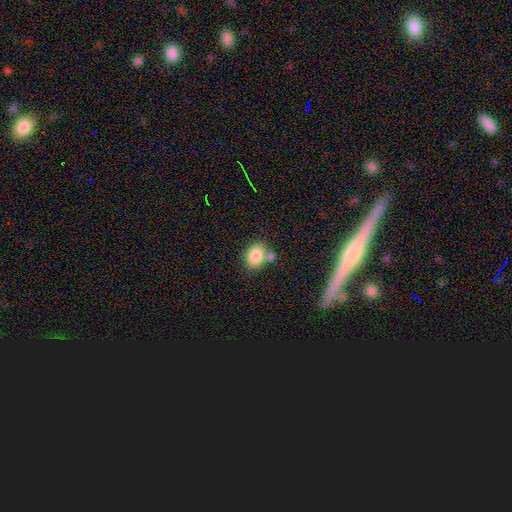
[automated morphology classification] This is clearly a smooth galaxy (83%). How rounded: likely in between (64%). Merging: possibly none (60%).